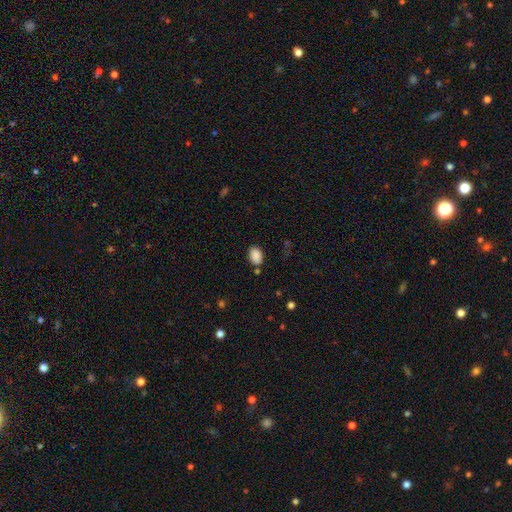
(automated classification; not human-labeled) The model was most divided on "merging": none: 79%, minor disturbance: 13%, merger: 4%, major disturbance: 4%. More confident: smooth or featured — smooth (88%); how rounded — in between (84%).